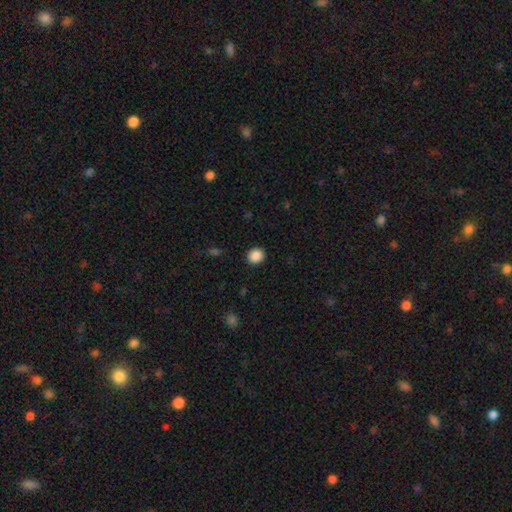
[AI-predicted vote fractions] Smooth or featured: smooth — 88% (star or artifact — 9%)
How rounded: round — 86% (in between — 13%)
Merging: none — 91% (minor disturbance — 6%)